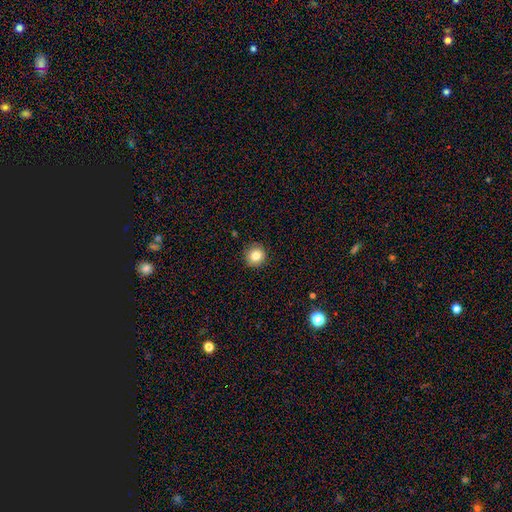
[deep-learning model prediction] smooth 83%, star or artifact 10%, featured or disk 7%. Down the decision tree: how rounded — round (93%); merging — none (91%).